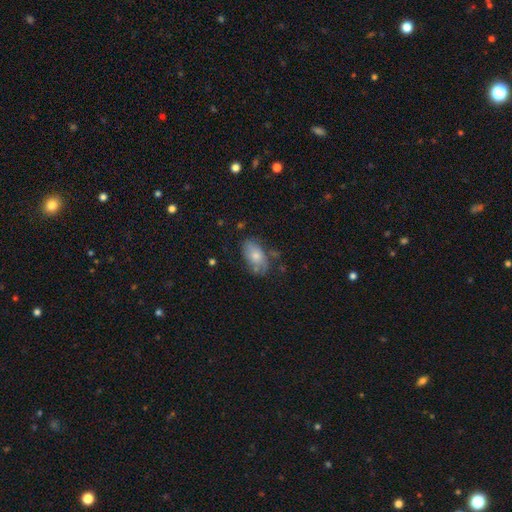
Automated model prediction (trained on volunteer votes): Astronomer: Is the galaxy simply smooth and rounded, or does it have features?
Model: smooth — 68%.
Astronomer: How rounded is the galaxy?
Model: in between — 92%.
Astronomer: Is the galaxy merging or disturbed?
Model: none — 60%.